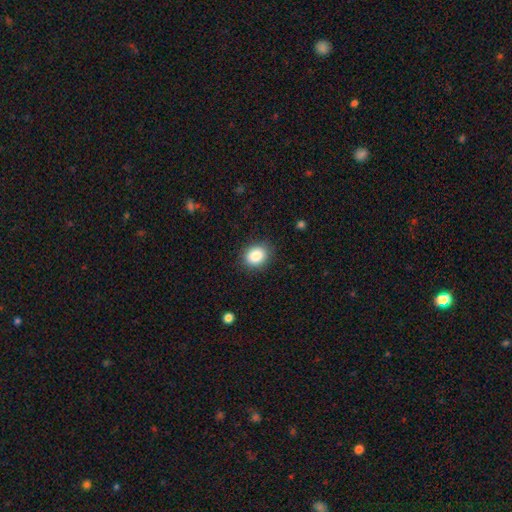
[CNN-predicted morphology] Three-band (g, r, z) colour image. It shows a smooth galaxy with no disk features (86%) that is round (52%). Merging: none (86%).